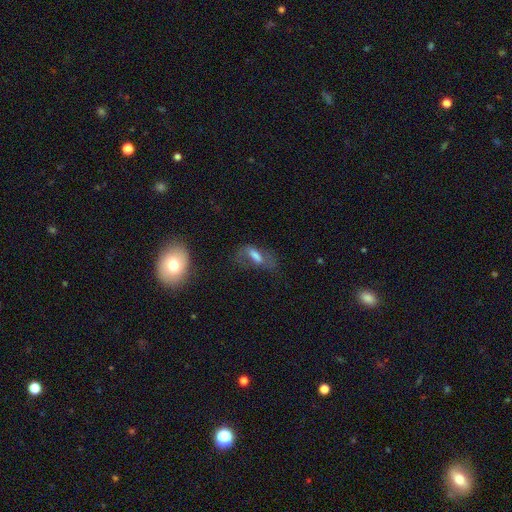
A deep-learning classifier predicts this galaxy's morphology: smooth_or_featured: smooth (p=0.48) [alt: featured or disk p=0.38]
merging: none (p=0.47) [alt: major disturbance p=0.25]